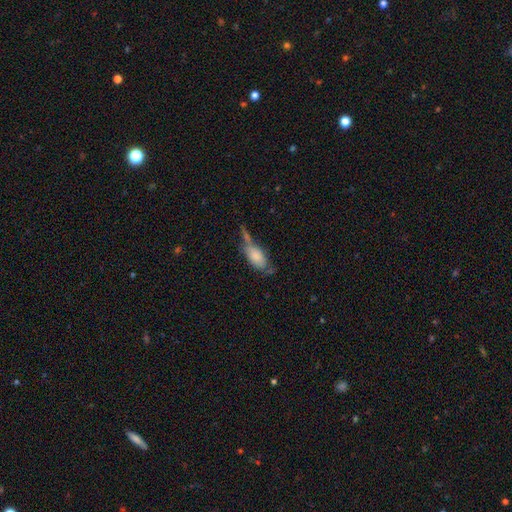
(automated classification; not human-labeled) A smooth galaxy with no disk features (76%) that is in between round and cigar-shaped (87%). Merging: none (35%).